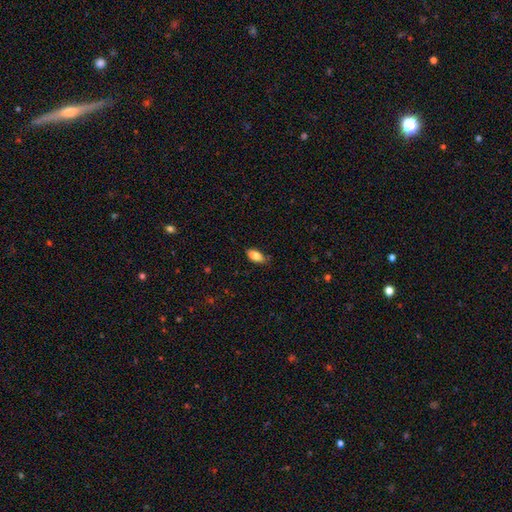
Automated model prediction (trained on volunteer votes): smooth 81%, featured or disk 11%, star or artifact 7%. Down the decision tree: how rounded — in between (88%); merging — none (75%).